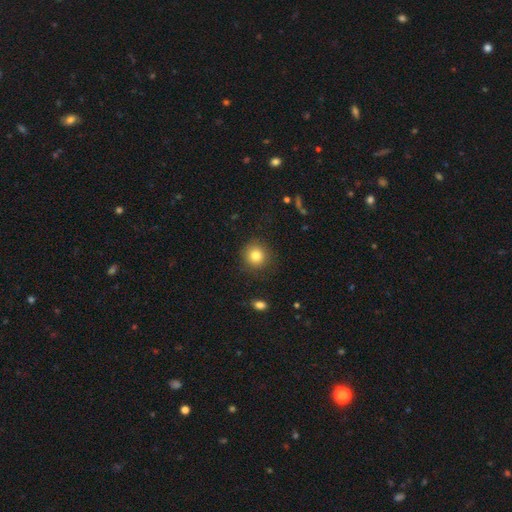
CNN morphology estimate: Overall: smooth (82%). How rounded: round (90%). Merging: none (86%).